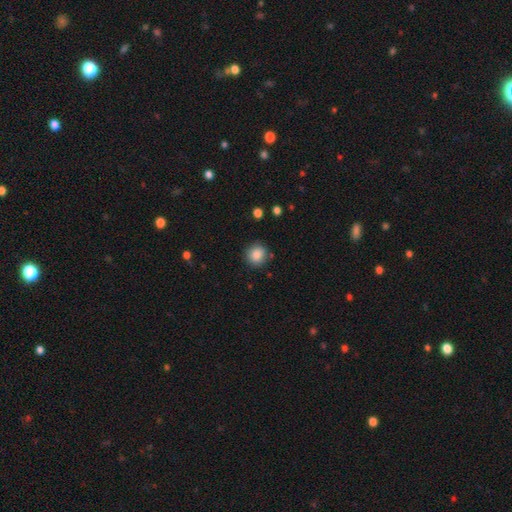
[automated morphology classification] The model was most divided on "merging": none: 86%, minor disturbance: 9%, major disturbance: 2%, merger: 2%. More confident: how rounded — round (90%); smooth or featured — smooth (86%).